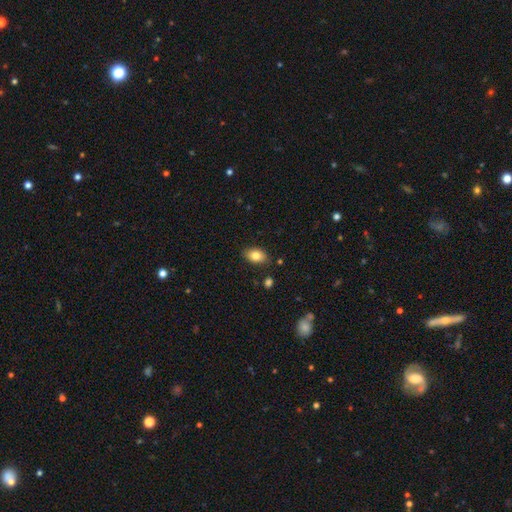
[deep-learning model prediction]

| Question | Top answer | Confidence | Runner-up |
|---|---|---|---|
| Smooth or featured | smooth | 82% | featured or disk (10%) |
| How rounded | in between | 87% | round (12%) |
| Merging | none | 84% | minor disturbance (11%) |